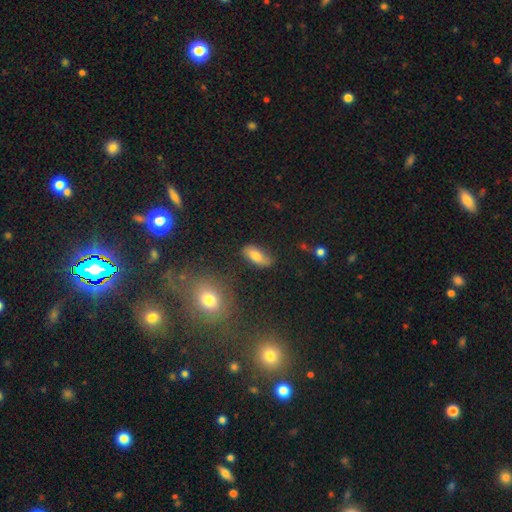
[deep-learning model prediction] Smooth or featured?
  - smooth: 73% *
  - featured or disk: 17%
  - star or artifact: 10%
How rounded?
  - in between: 82% *
  - cigar-shaped: 14%
  - round: 4%
Merging?
  - none: 76% *
  - minor disturbance: 17%
  - major disturbance: 5%
  - merger: 3%